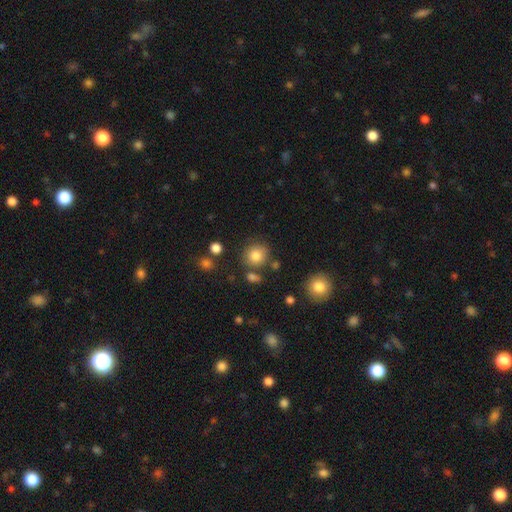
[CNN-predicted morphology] A smooth galaxy with no disk features (82%) that is round (84%). Merging: none (76%).